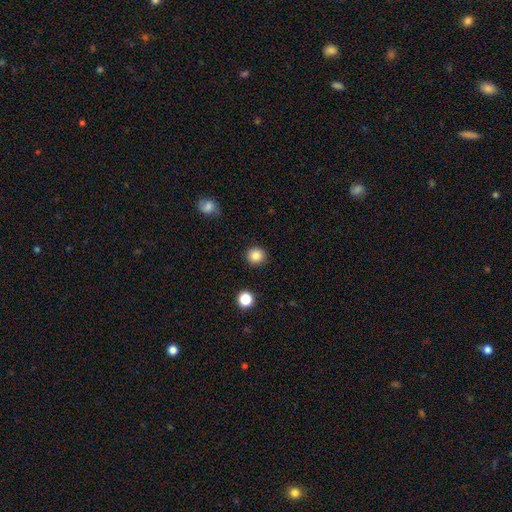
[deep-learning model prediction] A smooth galaxy with no disk features (85%) that is round (93%).

Vote fractions:
- Smooth or featured? smooth: 85% / star or artifact: 10% / featured or disk: 5%
- How rounded? round: 93% / in between: 7% / cigar-shaped: 1%
- Merging? none: 91% / minor disturbance: 6% / major disturbance: 2% / merger: 1%